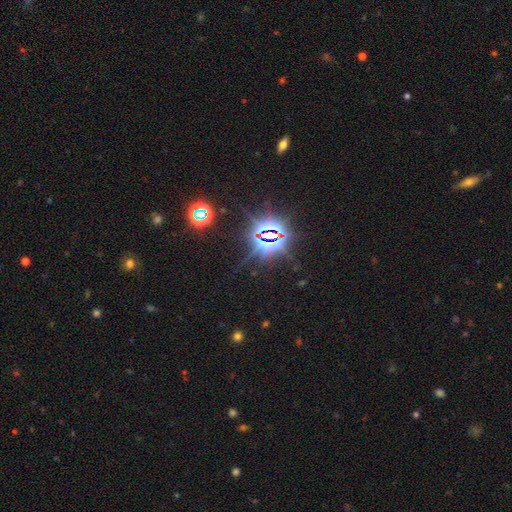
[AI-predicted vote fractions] This appears to be a star or artifact, not a galaxy (82%).